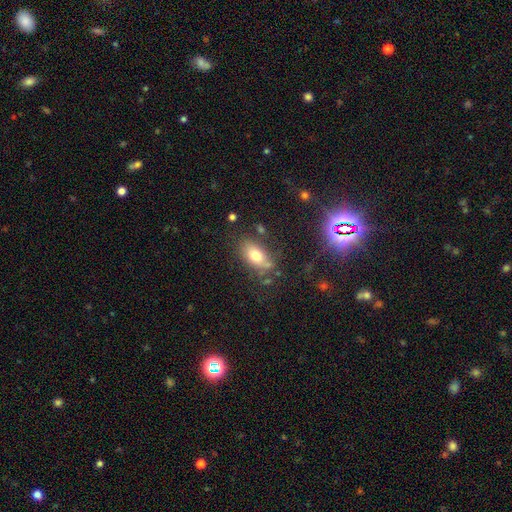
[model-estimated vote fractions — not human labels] Morphology: type=smooth (73%); roundness=in between (86%); merging=none (68%).